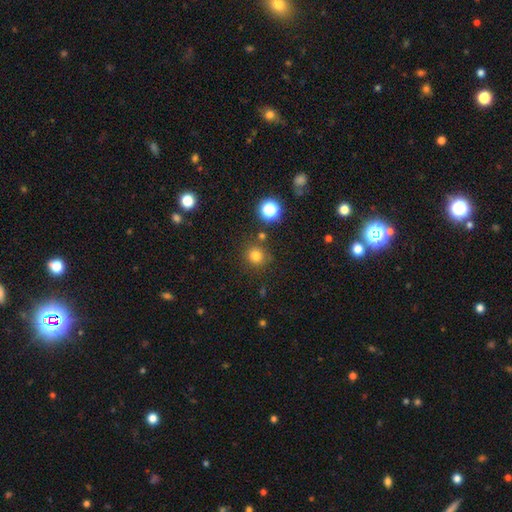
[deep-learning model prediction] Smooth or featured: smooth — 78% (star or artifact — 17%)
How rounded: round — 91% (in between — 8%)
Merging: none — 82% (minor disturbance — 8%)